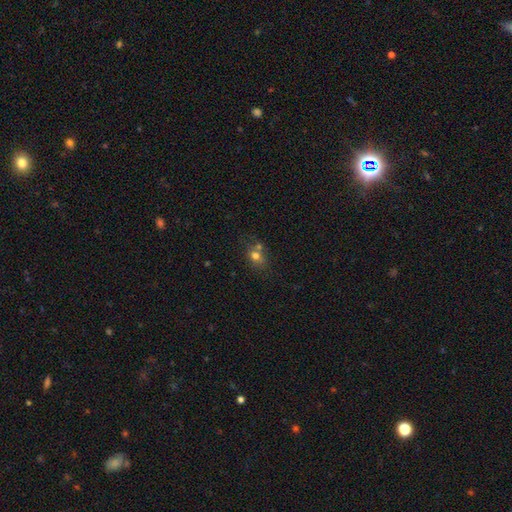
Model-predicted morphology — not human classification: type=smooth (70%); roundness=round (50%); merging=none (46%).